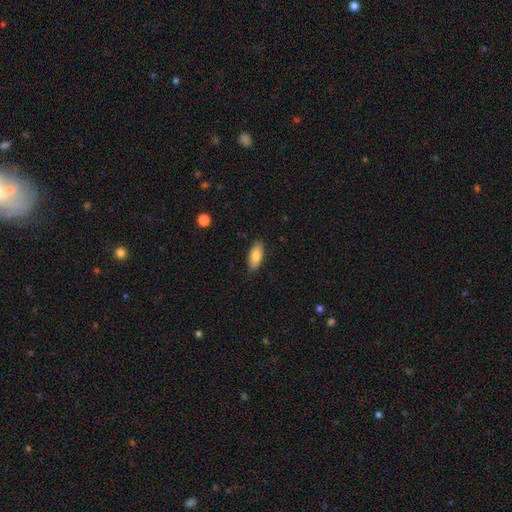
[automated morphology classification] Smooth or featured? smooth (83%)
How rounded? in between (86%)
Merging? none (87%)